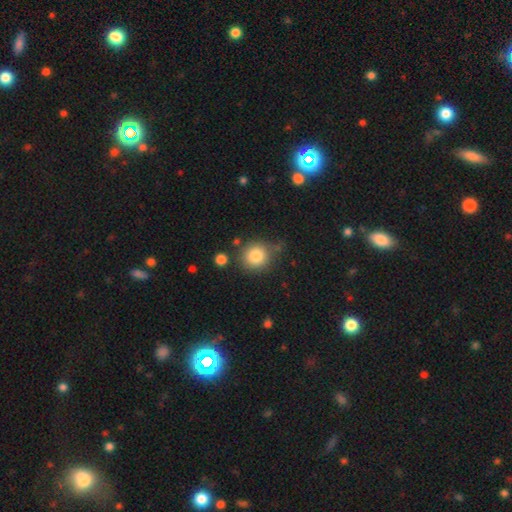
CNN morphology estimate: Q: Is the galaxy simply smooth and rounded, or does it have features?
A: smooth — 82%.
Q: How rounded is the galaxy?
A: round — 90%.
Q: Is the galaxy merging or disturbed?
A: none — 76%.